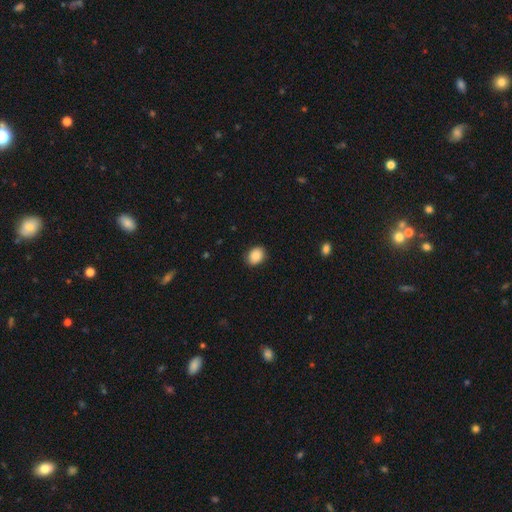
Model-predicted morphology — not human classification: This is clearly a smooth galaxy (88%). How rounded: likely in between (63%). Merging: clearly none (88%).